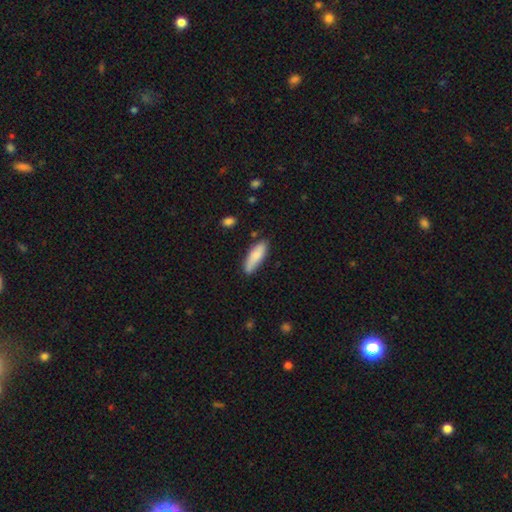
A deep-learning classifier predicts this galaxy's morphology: smooth_or_featured: smooth (p=0.82) [alt: featured or disk p=0.12]
how_rounded: in between (p=0.51) [alt: cigar-shaped p=0.47]
merging: none (p=0.75) [alt: minor disturbance p=0.19]